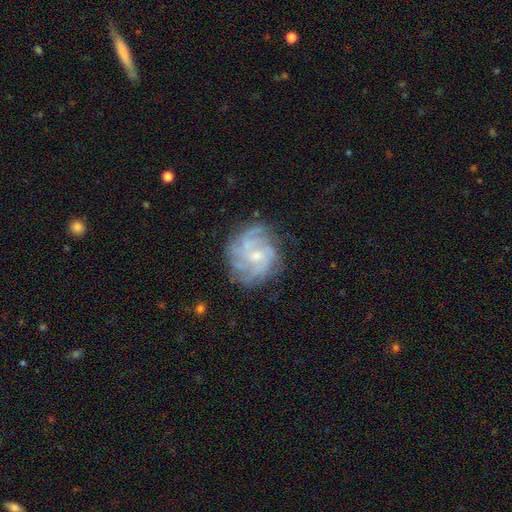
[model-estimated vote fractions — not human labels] Q: Smooth or featured?
A: featured or disk (81%); runner-up: smooth (10%)
Q: Edge-on disk?
A: no (98%); runner-up: yes (2%)
Q: Bar?
A: no (64%); runner-up: weak (31%)
Q: Spiral arms?
A: yes (95%); runner-up: no (5%)
Q: Spiral winding?
A: tight (59%); runner-up: medium (31%)
Q: Spiral arm count?
A: can't tell (31%); runner-up: 4 (23%)
Q: Bulge size?
A: small (68%); runner-up: moderate (27%)
Q: Merging?
A: none (78%); runner-up: minor disturbance (15%)